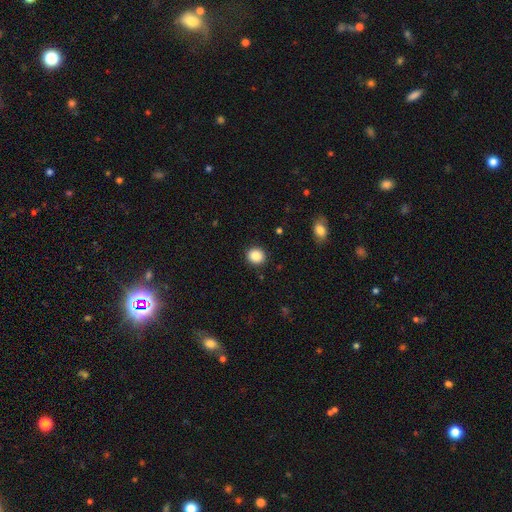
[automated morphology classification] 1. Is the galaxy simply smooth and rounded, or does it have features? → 87% smooth, 10% star or artifact, 4% featured or disk.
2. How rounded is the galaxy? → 85% round, 14% in between, 1% cigar-shaped.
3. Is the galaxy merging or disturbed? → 91% none, 6% minor disturbance, 2% major disturbance, 1% merger.